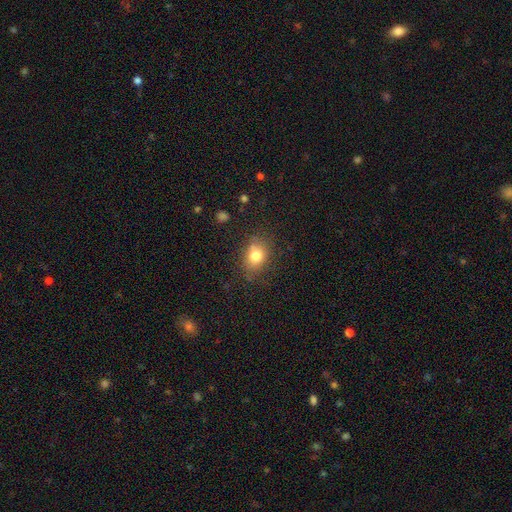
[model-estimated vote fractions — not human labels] Smooth or featured?
  - smooth: 78% *
  - star or artifact: 11%
  - featured or disk: 10%
How rounded?
  - in between: 59% *
  - round: 39%
  - cigar-shaped: 1%
Merging?
  - none: 74% *
  - minor disturbance: 18%
  - major disturbance: 5%
  - merger: 3%